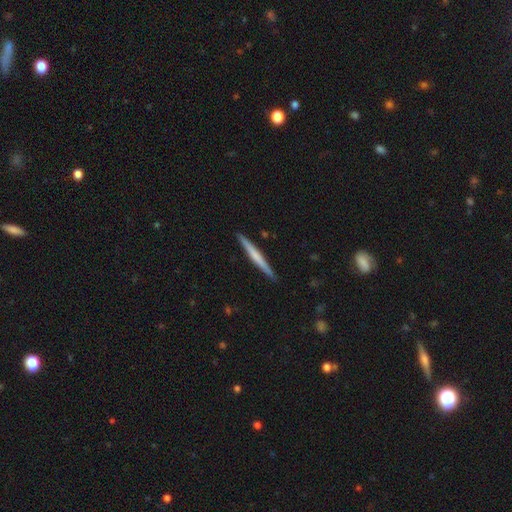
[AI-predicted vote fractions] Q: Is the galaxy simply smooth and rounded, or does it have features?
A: featured or disk — 49%.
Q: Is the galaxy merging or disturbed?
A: none — 91%.